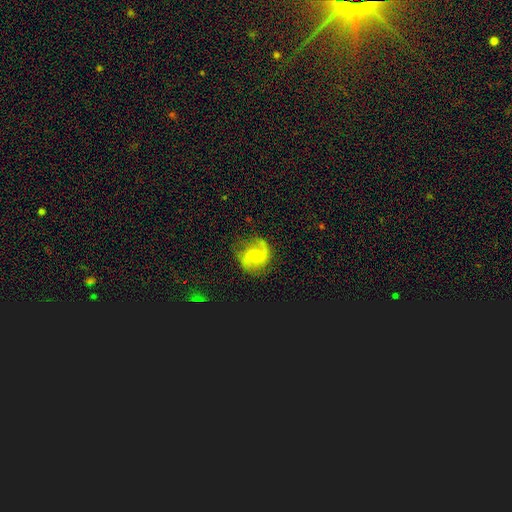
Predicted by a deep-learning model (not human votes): smooth-or-featured: featured or disk: 86% | smooth: 8% | star or artifact: 6%
  disk-edge-on: no: 98% | yes: 2%
    bar: no: 47% | weak: 45% | strong: 8%
    has-spiral-arms: yes: 97% | no: 3%
      spiral-winding: medium: 53% | loose: 35% | tight: 13%
      spiral-arm-count: 2: 92% | can't tell: 2% | 1: 2% | 3: 1% | 4: 1% | more than 4: 1%
    bulge-size: small: 46% | moderate: 36% | none: 14% | large: 3% | dominant: 1%
  merging: none: 76% | minor disturbance: 16% | major disturbance: 6% | merger: 1%